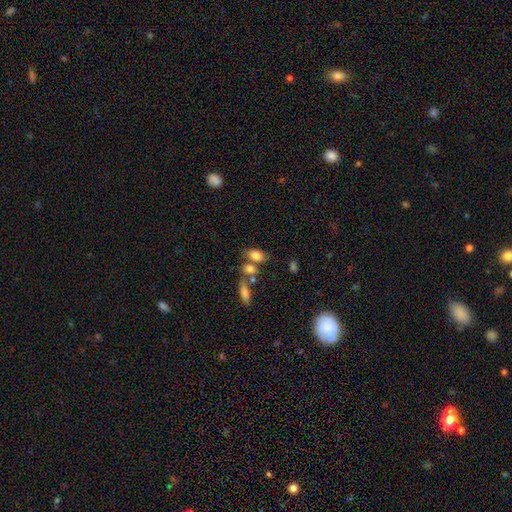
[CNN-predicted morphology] A smooth galaxy with no disk features (79%) that is in between round and cigar-shaped (86%).

Vote fractions:
- Smooth or featured? smooth: 79% / featured or disk: 12% / star or artifact: 9%
- How rounded? in between: 86% / round: 9% / cigar-shaped: 6%
- Merging? none: 52% / merger: 29% / minor disturbance: 14% / major disturbance: 6%